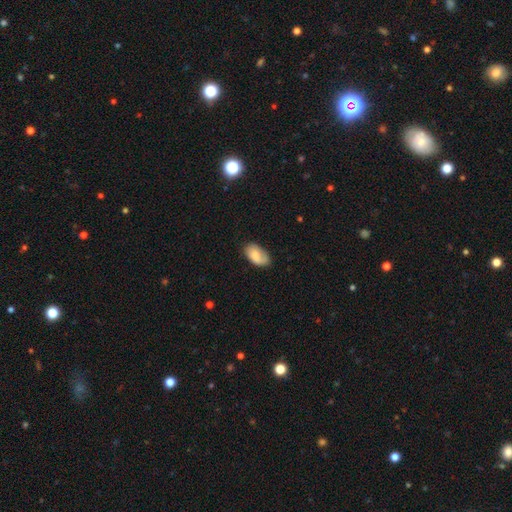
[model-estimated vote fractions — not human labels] smooth_or_featured: smooth (p=0.75) [alt: featured or disk p=0.18]
how_rounded: in between (p=0.94) [alt: round p=0.05]
merging: none (p=0.64) [alt: minor disturbance p=0.27]